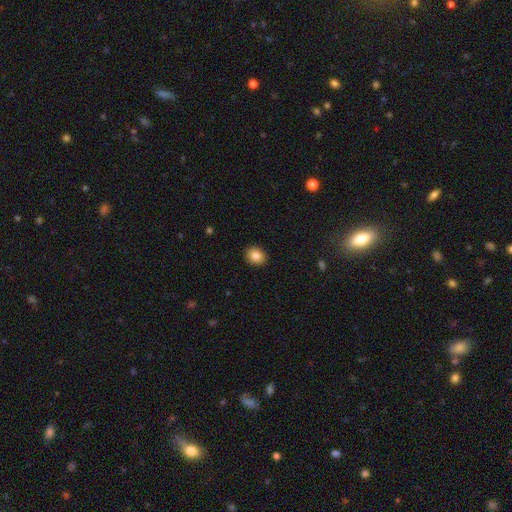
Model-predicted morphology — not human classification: Smooth or featured? Predicted: smooth (p=0.85). How rounded? Predicted: round (p=0.62). Merging? Predicted: none (p=0.91).